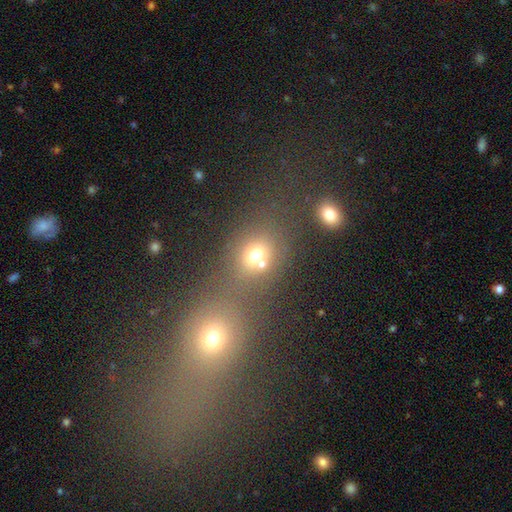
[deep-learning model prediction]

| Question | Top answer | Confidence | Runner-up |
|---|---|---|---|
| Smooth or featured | smooth | 66% | star or artifact (20%) |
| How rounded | round | 67% | in between (31%) |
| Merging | none | 48% | merger (37%) |